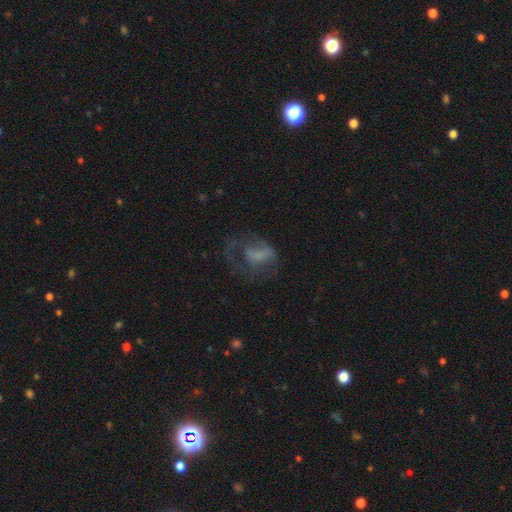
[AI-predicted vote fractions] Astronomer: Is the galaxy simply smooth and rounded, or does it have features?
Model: featured or disk — 47% (runner-up: smooth, 38%).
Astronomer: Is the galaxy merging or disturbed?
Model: major disturbance — 50% (runner-up: none, 29%).